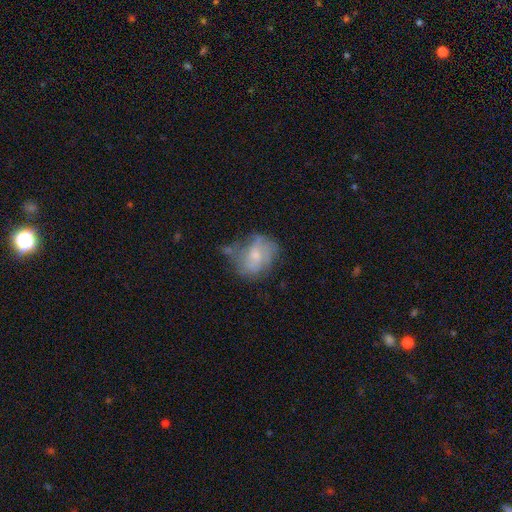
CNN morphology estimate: Smooth or featured: featured or disk — 52% (smooth — 38%)
Edge-on disk: no — 97% (yes — 3%)
Bar: no — 65% (weak — 30%)
Spiral arms: yes — 57% (no — 43%)
Bulge size: small — 45% (moderate — 43%)
Merging: none — 44% (minor disturbance — 29%)